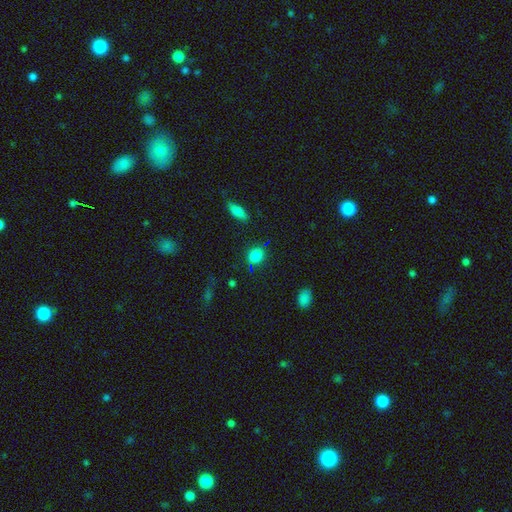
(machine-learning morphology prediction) Smooth or featured? Predicted: smooth (p=0.84). How rounded? Predicted: round (p=0.62). Merging? Predicted: none (p=0.85).